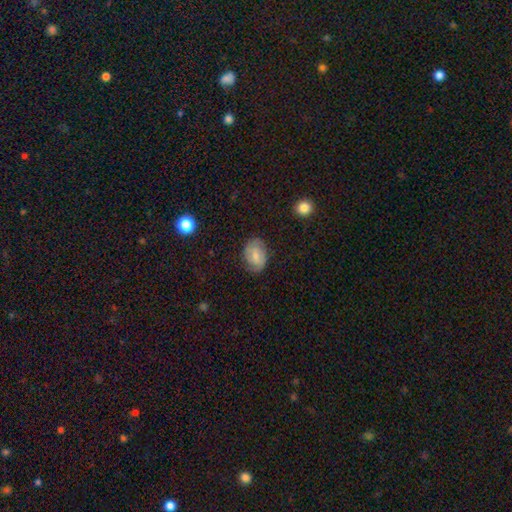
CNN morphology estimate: type=smooth (50%); roundness=in between (74%); merging=none (76%).